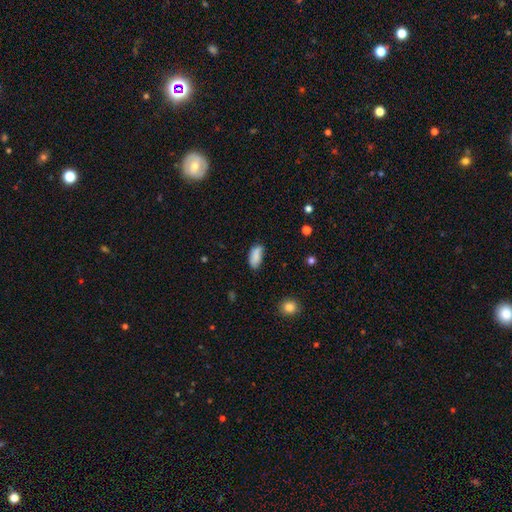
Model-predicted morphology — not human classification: smooth 84%, featured or disk 8%, star or artifact 8%. Down the decision tree: how rounded — in between (89%); merging — none (67%).